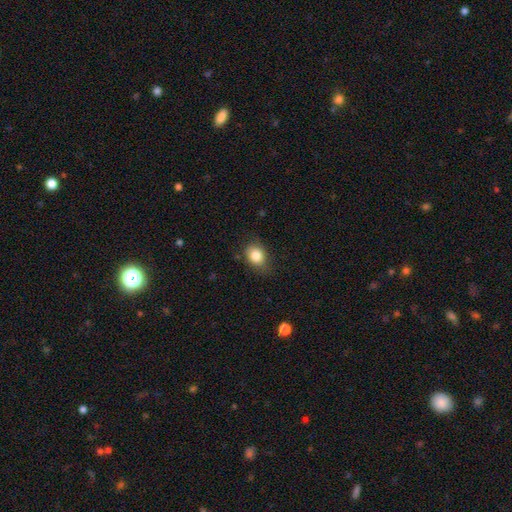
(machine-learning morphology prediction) smooth 82%, star or artifact 9%, featured or disk 9%. Down the decision tree: how rounded — in between (59%); merging — none (71%).